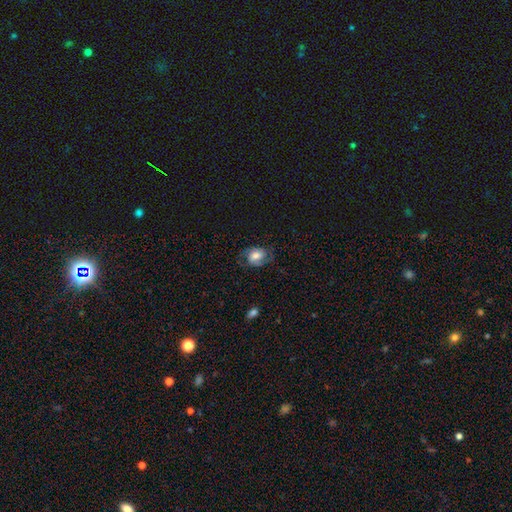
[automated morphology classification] Smooth or featured? Predicted: featured or disk (p=0.50). Edge-on disk? Predicted: no (p=0.96). Merging? Predicted: none (p=0.66).